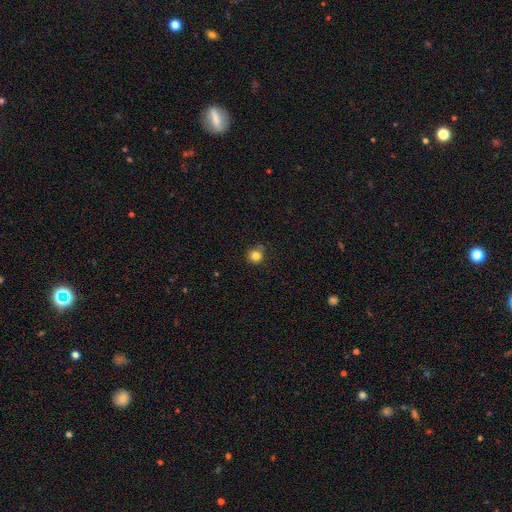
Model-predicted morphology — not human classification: Smooth or featured?
  - smooth: 82% *
  - star or artifact: 12%
  - featured or disk: 6%
How rounded?
  - round: 92% *
  - in between: 8%
  - cigar-shaped: 1%
Merging?
  - none: 74% *
  - minor disturbance: 20%
  - major disturbance: 4%
  - merger: 2%